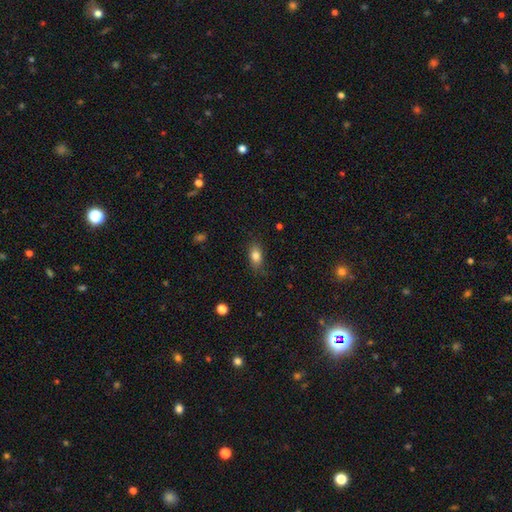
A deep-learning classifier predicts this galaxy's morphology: smooth-or-featured: smooth: 83% | star or artifact: 9% | featured or disk: 8%
  how-rounded: in between: 84% | round: 10% | cigar-shaped: 6%
  merging: none: 81% | minor disturbance: 15% | major disturbance: 4% | merger: 1%